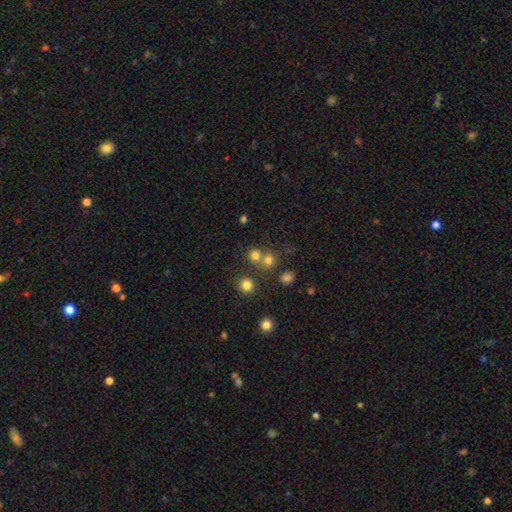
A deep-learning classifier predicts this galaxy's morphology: A smooth galaxy with no disk features (75%) that is round (88%). Merging: none (59%).